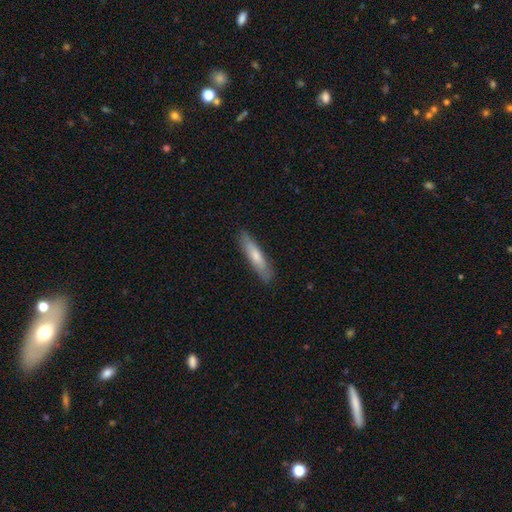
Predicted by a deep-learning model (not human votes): Smooth or featured: smooth — 68% (featured or disk — 26%)
How rounded: cigar-shaped — 81% (in between — 18%)
Merging: none — 85% (minor disturbance — 11%)